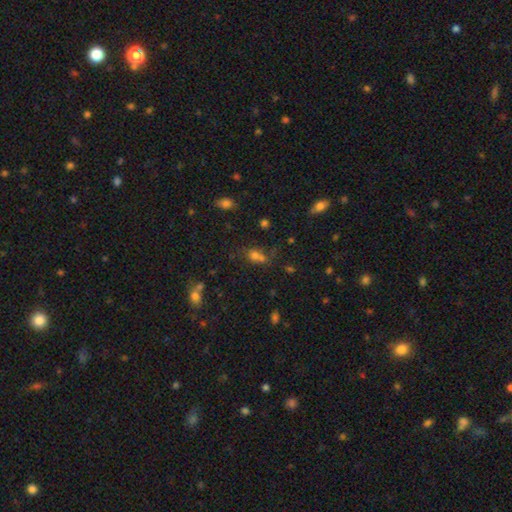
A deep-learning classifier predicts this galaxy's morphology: Smooth or featured: smooth — 62% (star or artifact — 26%)
How rounded: in between — 50% (round — 47%)
Merging: none — 42% (merger — 39%)